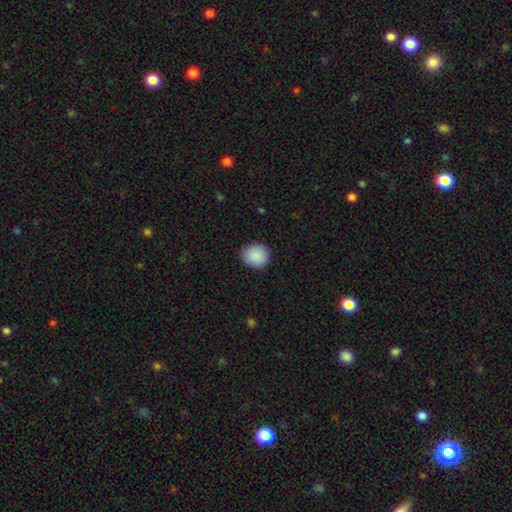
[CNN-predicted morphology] Overall: smooth (90%). How rounded: round (82%). Merging: none (88%).